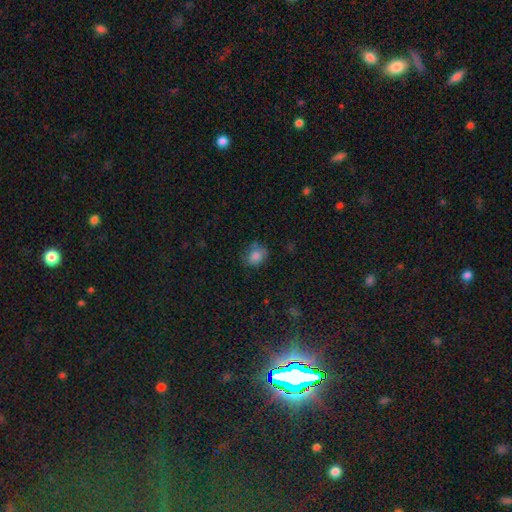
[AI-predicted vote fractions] This appears to be a smooth galaxy with no disk features (80%) that is in between round and cigar-shaped (52%). Merging: none (63%).